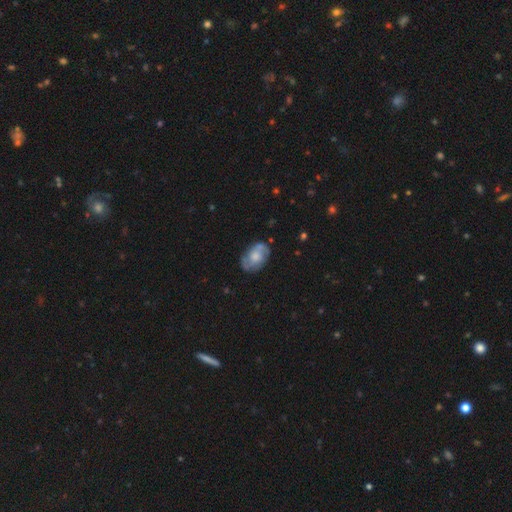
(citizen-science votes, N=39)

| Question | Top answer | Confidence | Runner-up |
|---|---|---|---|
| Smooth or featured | featured or disk | 51% | smooth (44%) |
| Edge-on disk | no | 100% | — |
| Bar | weak | 55% | no (40%) |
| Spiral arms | yes | 85% | no (15%) |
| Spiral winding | medium | 47% | loose (29%) |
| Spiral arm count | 2 | 82% | 3 (12%) |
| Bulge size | moderate | 60% | small (35%) |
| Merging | none | 78% | minor disturbance (16%) |